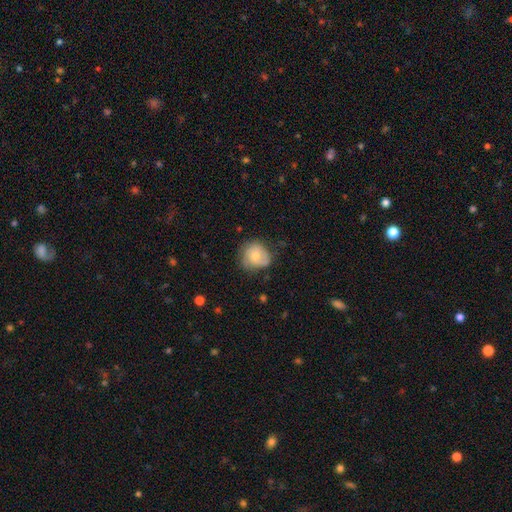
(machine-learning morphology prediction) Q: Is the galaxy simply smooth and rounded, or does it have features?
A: smooth — 55%.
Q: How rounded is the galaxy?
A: round — 80%.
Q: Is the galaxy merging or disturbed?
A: none — 61%.